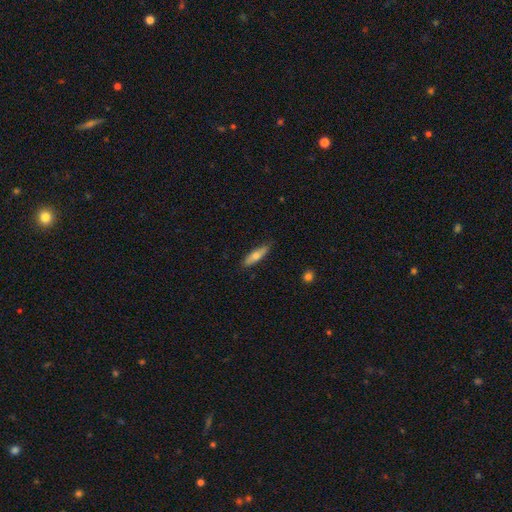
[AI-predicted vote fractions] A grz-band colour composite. It shows a smooth galaxy with no disk features (66%) that is cigar-shaped (59%). Merging: none (83%).